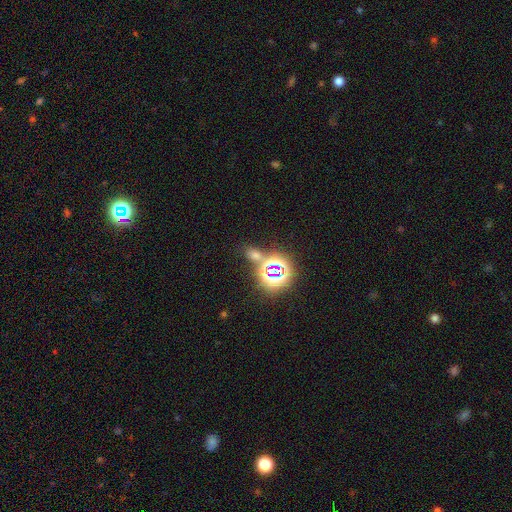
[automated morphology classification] Smooth or featured?
  - star or artifact: 48% *
  - smooth: 43%
  - featured or disk: 9%